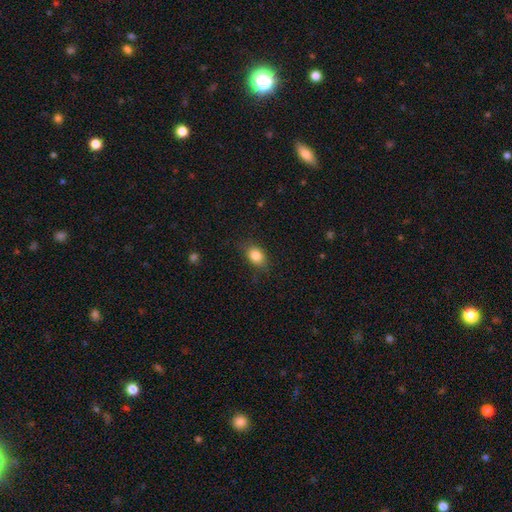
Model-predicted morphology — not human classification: smooth-or-featured: smooth: 83% | star or artifact: 9% | featured or disk: 8%
  how-rounded: in between: 68% | round: 30% | cigar-shaped: 2%
  merging: none: 74% | minor disturbance: 19% | major disturbance: 5% | merger: 1%